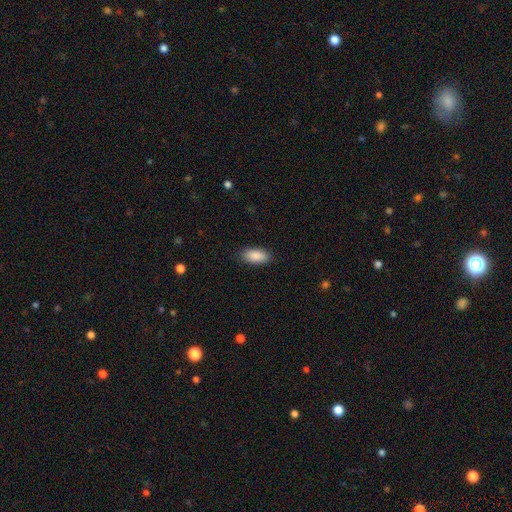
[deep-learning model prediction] Smooth or featured? smooth (89%)
How rounded? in between (91%)
Merging? none (88%)